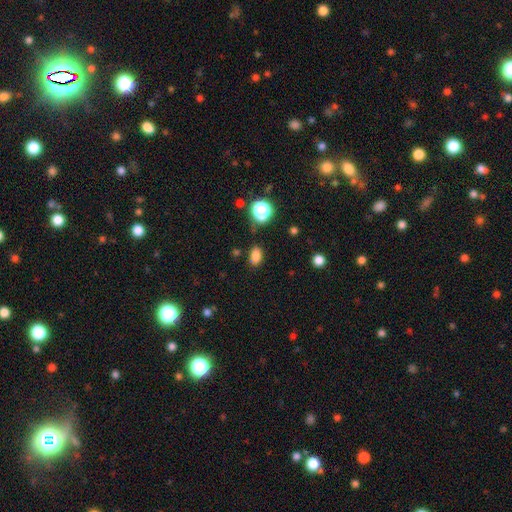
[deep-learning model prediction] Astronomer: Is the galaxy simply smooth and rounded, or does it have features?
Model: smooth — 80%.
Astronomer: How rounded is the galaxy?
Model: in between — 78%.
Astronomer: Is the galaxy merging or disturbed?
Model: none — 77%.